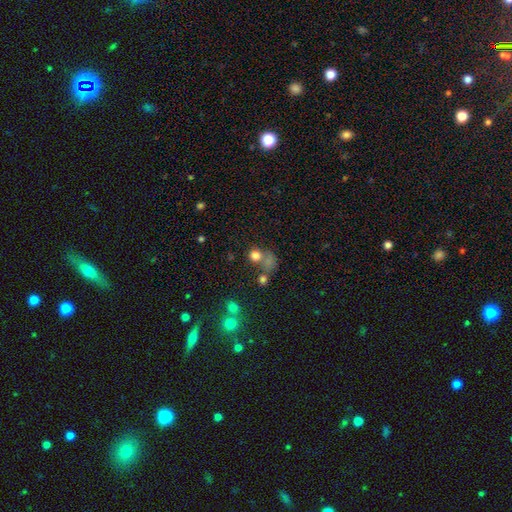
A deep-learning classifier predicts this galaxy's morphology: A smooth galaxy with no disk features (73%) that is round (83%). Merging: none (47%).